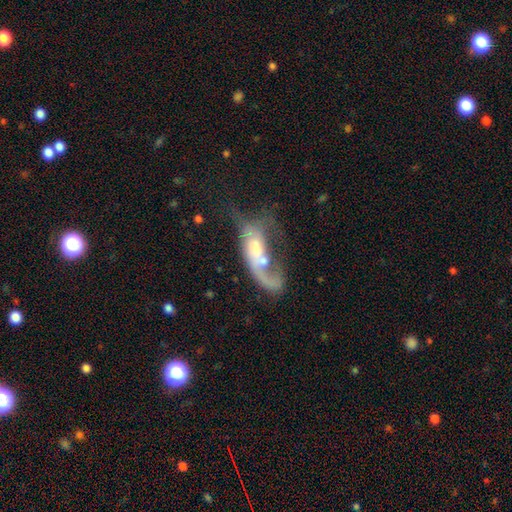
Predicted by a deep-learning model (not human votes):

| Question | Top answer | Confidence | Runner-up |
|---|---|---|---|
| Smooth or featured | featured or disk | 64% | smooth (28%) |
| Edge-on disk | no | 90% | yes (10%) |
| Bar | no | 69% | weak (25%) |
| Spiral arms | yes | 64% | no (36%) |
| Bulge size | moderate | 45% | small (33%) |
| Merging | major disturbance | 43% | none (23%) |